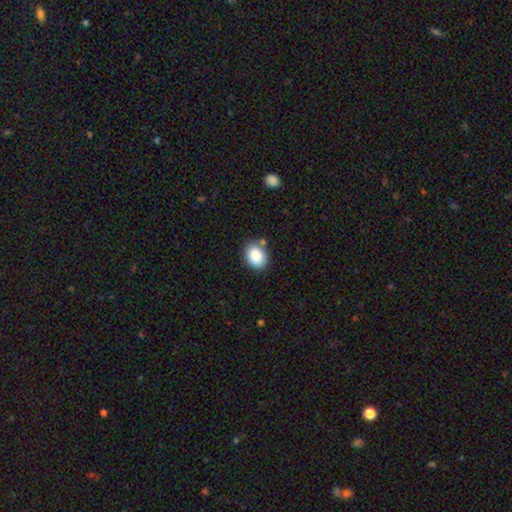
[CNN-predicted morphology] Smooth or featured? Predicted: smooth (p=0.88). How rounded? Predicted: in between (p=0.70). Merging? Predicted: none (p=0.79).